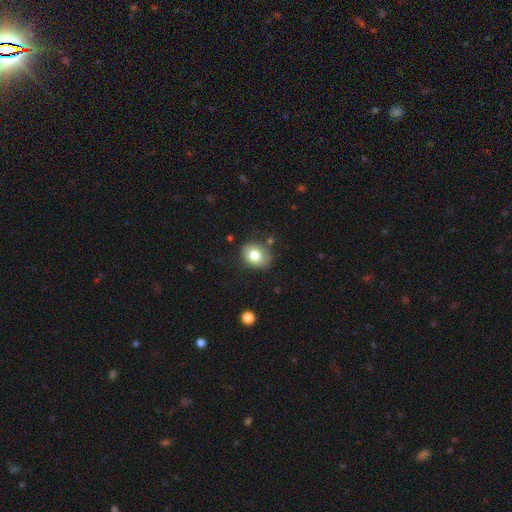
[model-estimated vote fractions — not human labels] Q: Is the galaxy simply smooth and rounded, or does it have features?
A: smooth — 76%.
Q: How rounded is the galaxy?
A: round — 56%.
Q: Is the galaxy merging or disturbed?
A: none — 75%.